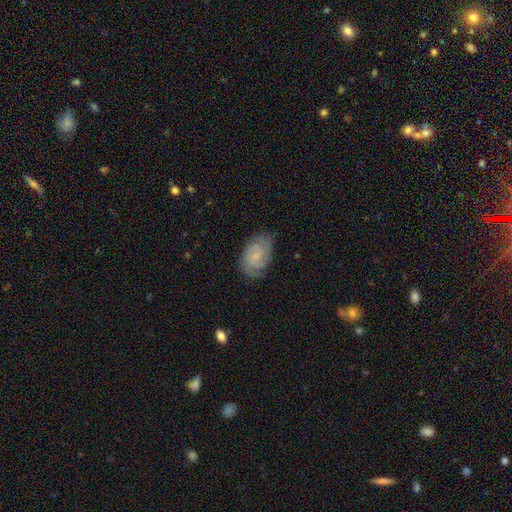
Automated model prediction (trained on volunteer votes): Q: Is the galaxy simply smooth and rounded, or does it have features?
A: featured or disk — 69%.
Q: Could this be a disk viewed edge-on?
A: no — 97%.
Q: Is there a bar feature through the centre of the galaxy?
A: no — 53%.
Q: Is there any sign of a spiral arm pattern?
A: yes — 94%.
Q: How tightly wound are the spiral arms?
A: tight — 56%.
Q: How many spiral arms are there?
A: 2 — 51%.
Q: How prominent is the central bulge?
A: small — 57%.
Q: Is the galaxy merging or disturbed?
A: none — 73%.